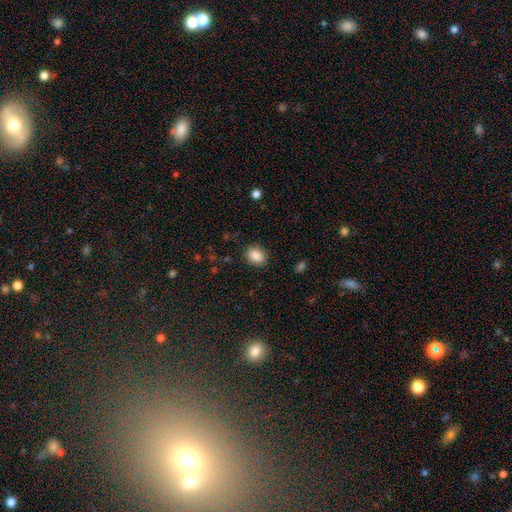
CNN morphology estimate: Smooth or featured?
  - smooth: 88% *
  - star or artifact: 8%
  - featured or disk: 4%
How rounded?
  - in between: 61% *
  - round: 38%
  - cigar-shaped: 1%
Merging?
  - none: 86% *
  - minor disturbance: 10%
  - major disturbance: 3%
  - merger: 1%